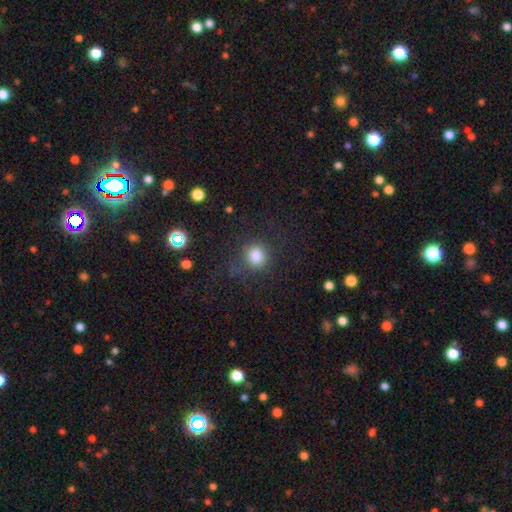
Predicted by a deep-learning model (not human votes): Smooth or featured? Predicted: smooth (p=0.81). How rounded? Predicted: round (p=0.83). Merging? Predicted: none (p=0.73).